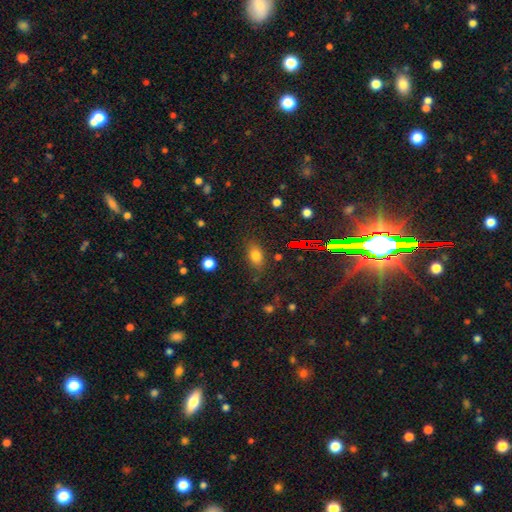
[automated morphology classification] smooth_or_featured: smooth (p=0.74) [alt: star or artifact p=0.16]
how_rounded: in between (p=0.80) [alt: round p=0.16]
merging: none (p=0.79) [alt: minor disturbance p=0.13]